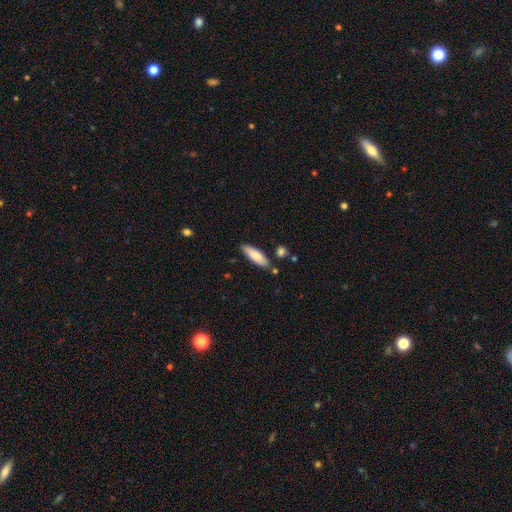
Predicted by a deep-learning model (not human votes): Q: Smooth or featured?
A: smooth (83%); runner-up: featured or disk (12%)
Q: How rounded?
A: in between (51%); runner-up: cigar-shaped (47%)
Q: Merging?
A: none (80%); runner-up: minor disturbance (13%)